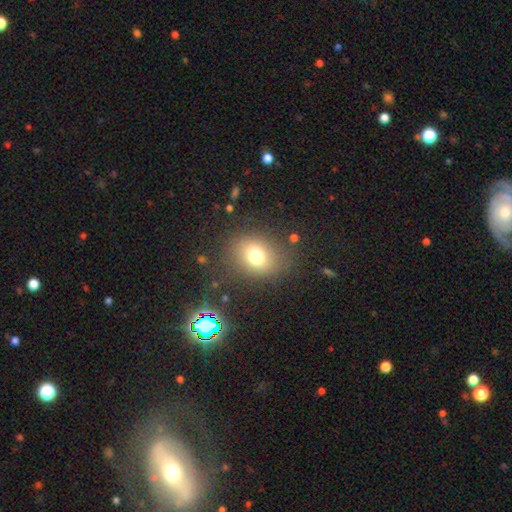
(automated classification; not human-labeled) Smooth or featured: smooth — 73% (star or artifact — 16%)
How rounded: round — 54% (in between — 45%)
Merging: none — 80% (minor disturbance — 11%)